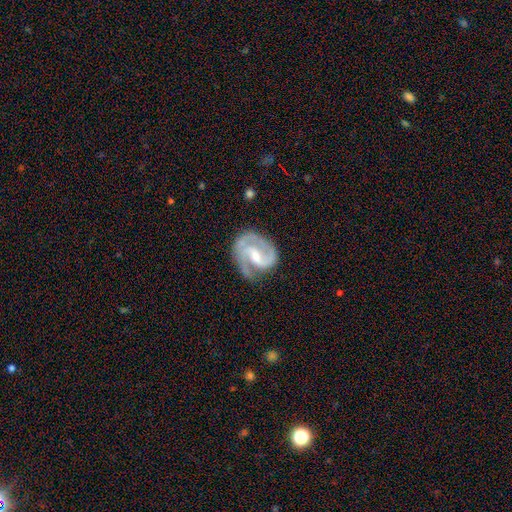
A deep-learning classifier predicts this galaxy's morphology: type=featured or disk (89%); edge-on=no (98%); bar=weak (54%); spiral arms=yes (97%); winding=medium (54%); arm count=2 (81%); bulge=small (48%); merging=none (67%).